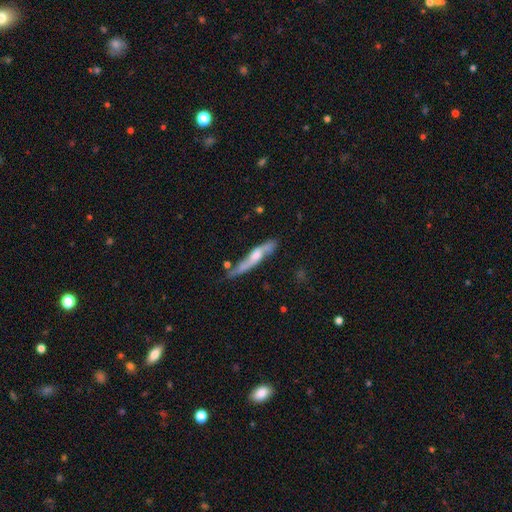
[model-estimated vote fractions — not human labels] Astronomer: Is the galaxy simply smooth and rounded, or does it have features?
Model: featured or disk — 61%.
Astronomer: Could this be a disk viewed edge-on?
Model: yes — 74%.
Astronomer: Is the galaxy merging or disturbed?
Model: none — 65%.